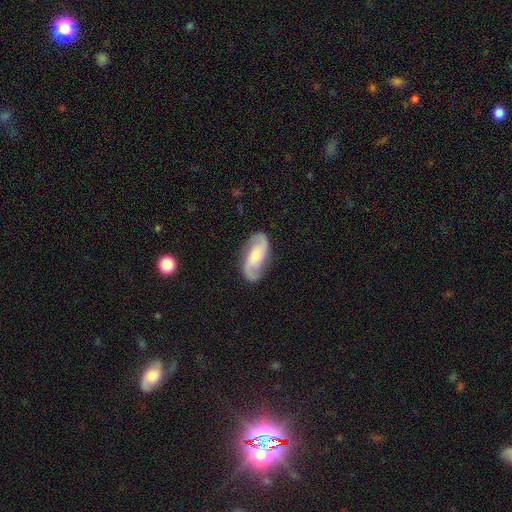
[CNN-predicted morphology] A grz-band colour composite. It shows a featured or disk galaxy (81%) with no bar (47%), 2 (92%) loose (46%) spiral arms (96%) and a small central bulge (43%). Merging: none (81%).